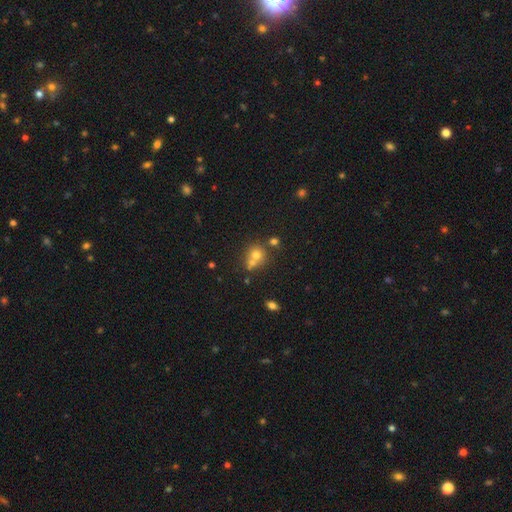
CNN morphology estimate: smooth_or_featured: smooth (p=0.65) [alt: star or artifact p=0.19]
how_rounded: round (p=0.83) [alt: in between p=0.16]
merging: none (p=0.48) [alt: merger p=0.40]